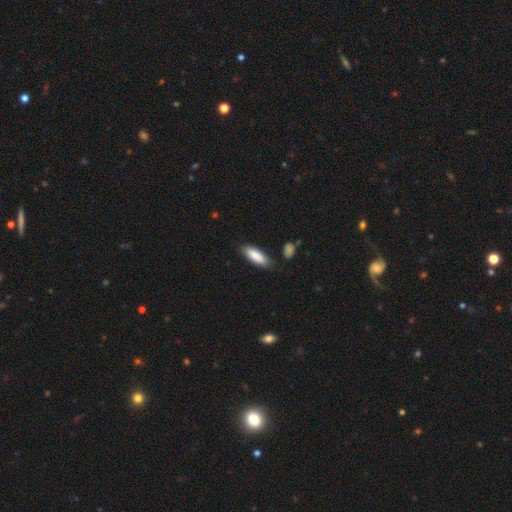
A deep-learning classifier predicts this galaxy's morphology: Smooth or featured? smooth (88%)
How rounded? in between (62%)
Merging? none (83%)